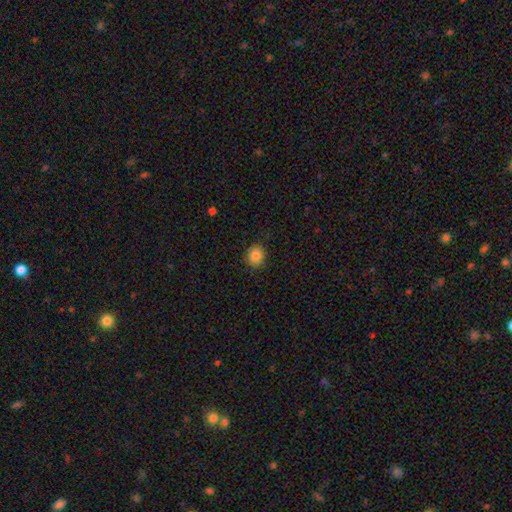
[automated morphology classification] Overall: smooth (84%). How rounded: round (81%). Merging: none (85%).